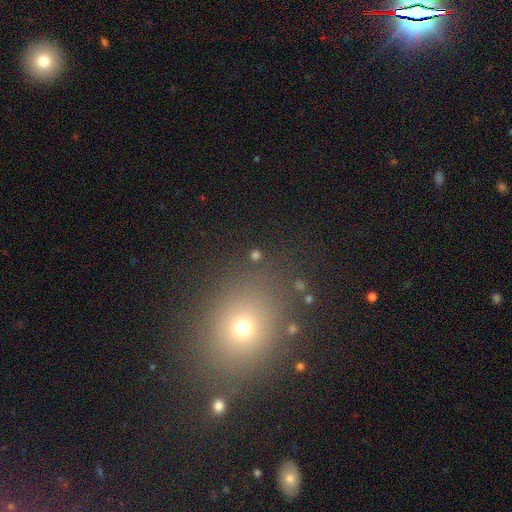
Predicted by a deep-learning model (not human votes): A smooth galaxy with no disk features (57%) that is round (62%).

Vote fractions:
- Smooth or featured? smooth: 57% / star or artifact: 32% / featured or disk: 11%
- How rounded? round: 62% / in between: 36% / cigar-shaped: 2%
- Merging? none: 81% / minor disturbance: 9% / major disturbance: 5% / merger: 5%